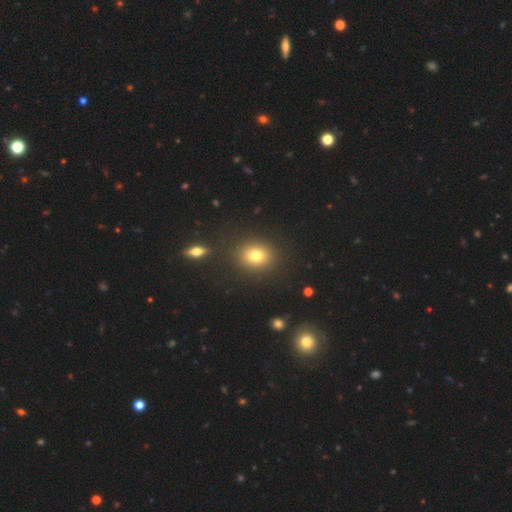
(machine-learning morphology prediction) Q: Smooth or featured?
A: smooth (76%); runner-up: star or artifact (14%)
Q: How rounded?
A: round (66%); runner-up: in between (33%)
Q: Merging?
A: none (87%); runner-up: minor disturbance (7%)